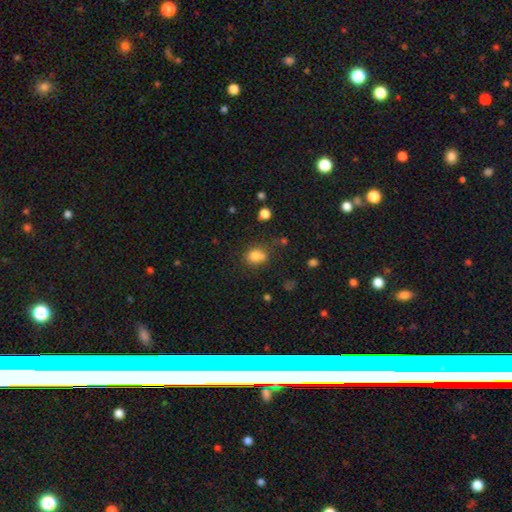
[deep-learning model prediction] A smooth galaxy with no disk features (78%) that is round (57%).

Vote fractions:
- Smooth or featured? smooth: 78% / star or artifact: 12% / featured or disk: 10%
- How rounded? round: 57% / in between: 42% / cigar-shaped: 1%
- Merging? none: 49% / merger: 26% / minor disturbance: 18% / major disturbance: 7%